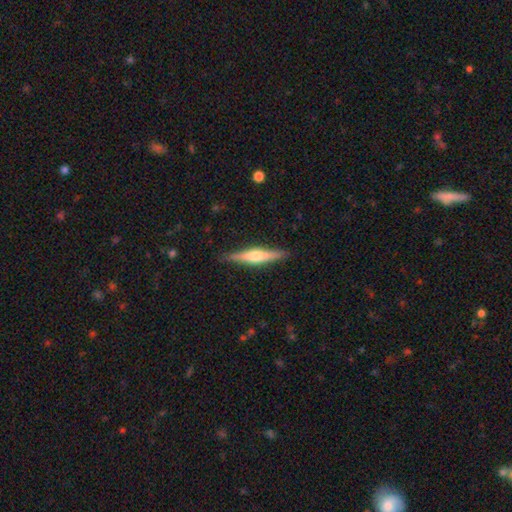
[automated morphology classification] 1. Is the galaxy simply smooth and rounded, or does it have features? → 63% featured or disk, 31% smooth, 5% star or artifact.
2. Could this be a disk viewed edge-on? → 97% yes, 3% no.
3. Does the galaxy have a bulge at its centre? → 85% rounded, 9% boxy, 6% none.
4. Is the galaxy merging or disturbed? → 89% none, 8% minor disturbance, 2% major disturbance, 1% merger.